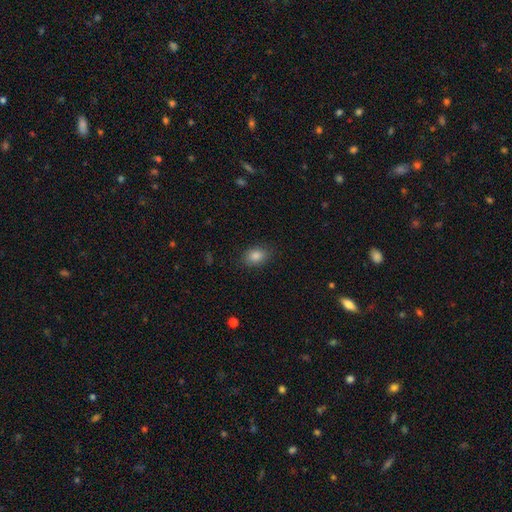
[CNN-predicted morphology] A smooth galaxy with no disk features (85%) that is in between round and cigar-shaped (77%).

Vote fractions:
- Smooth or featured? smooth: 85% / star or artifact: 10% / featured or disk: 6%
- How rounded? in between: 77% / round: 21% / cigar-shaped: 1%
- Merging? none: 86% / minor disturbance: 10% / major disturbance: 3% / merger: 1%